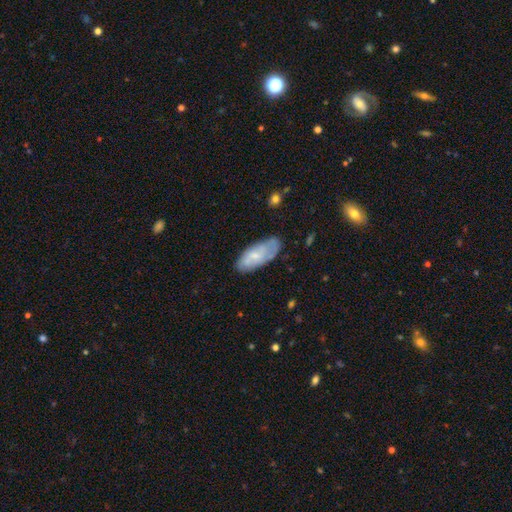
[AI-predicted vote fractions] Smooth or featured? Predicted: smooth (p=0.57). How rounded? Predicted: in between (p=0.83). Merging? Predicted: none (p=0.65).